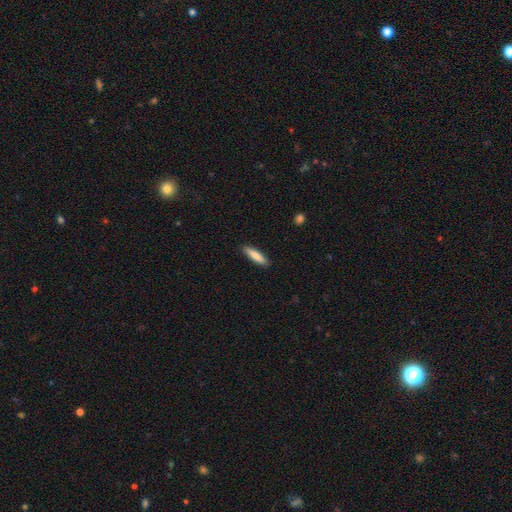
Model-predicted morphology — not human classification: A smooth galaxy with no disk features (83%) that is cigar-shaped (77%). Merging: none (90%).